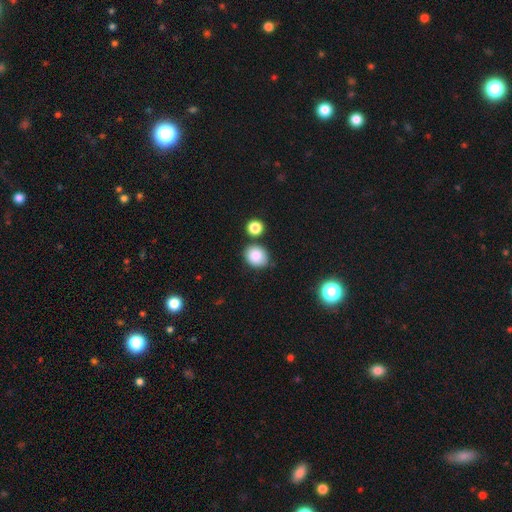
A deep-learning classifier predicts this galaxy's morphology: Q: Smooth or featured?
A: smooth (87%); runner-up: star or artifact (9%)
Q: How rounded?
A: round (56%); runner-up: in between (43%)
Q: Merging?
A: none (71%); runner-up: minor disturbance (15%)